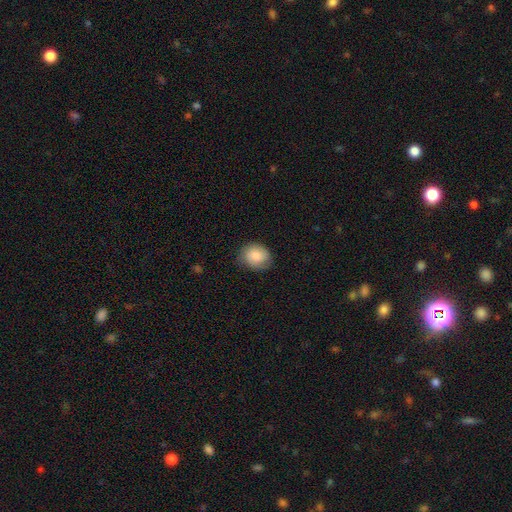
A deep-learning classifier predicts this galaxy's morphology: Q: Smooth or featured?
A: smooth (79%); runner-up: featured or disk (14%)
Q: How rounded?
A: round (57%); runner-up: in between (42%)
Q: Merging?
A: none (73%); runner-up: minor disturbance (21%)